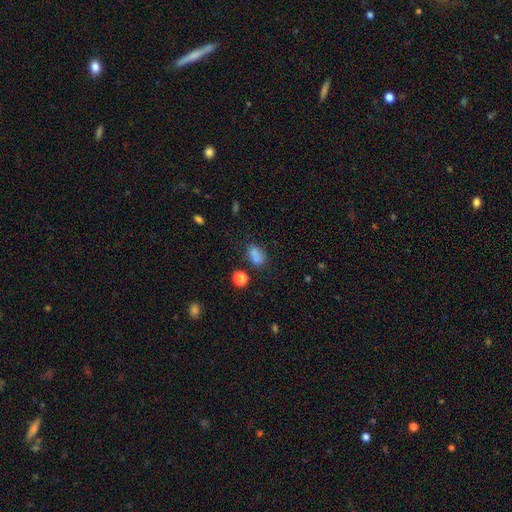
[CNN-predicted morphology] Smooth or featured? smooth (79%)
How rounded? in between (81%)
Merging? none (63%)